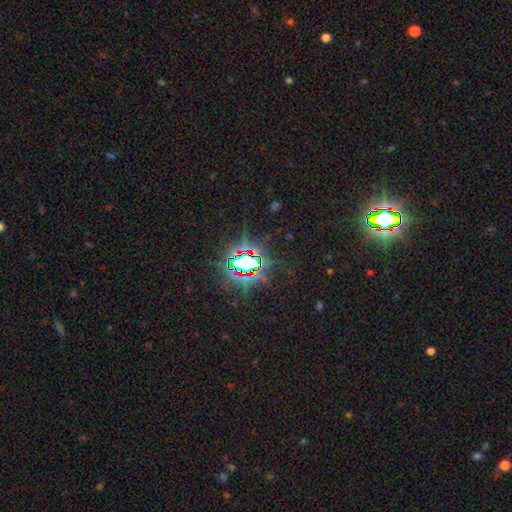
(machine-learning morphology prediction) Smooth or featured? Predicted: star or artifact (p=0.81).